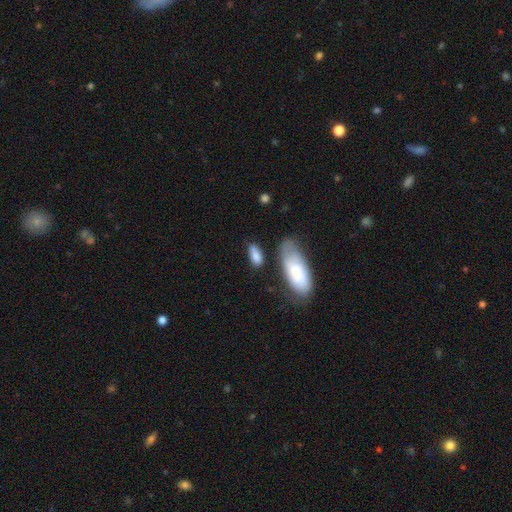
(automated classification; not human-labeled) This is clearly a smooth galaxy (82%). How rounded: likely in between (78%). Merging: likely none (64%).